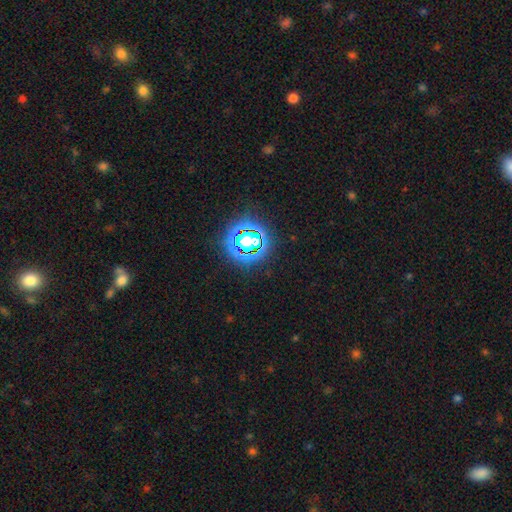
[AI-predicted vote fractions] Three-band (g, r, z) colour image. It shows a star or artifact, not a galaxy (80%).